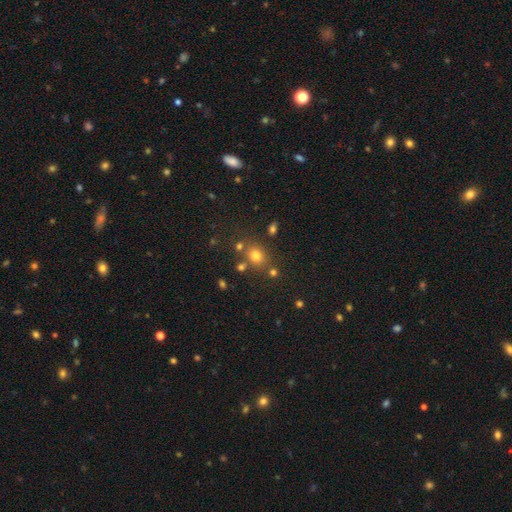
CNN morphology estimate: smooth 72%, star or artifact 19%, featured or disk 9%. Down the decision tree: how rounded — round (60%); merging — none (72%).